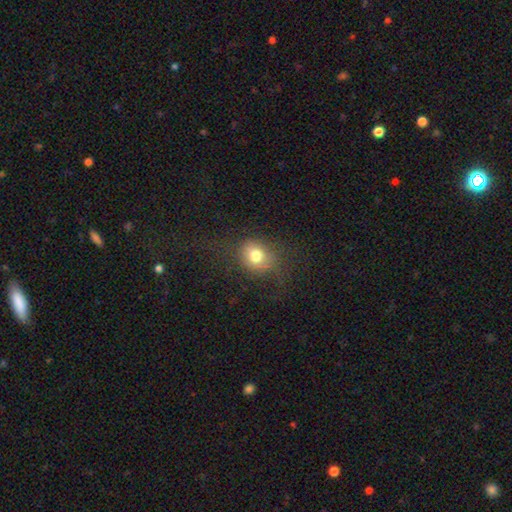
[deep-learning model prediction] Smooth or featured? smooth (74%)
How rounded? round (70%)
Merging? none (69%)